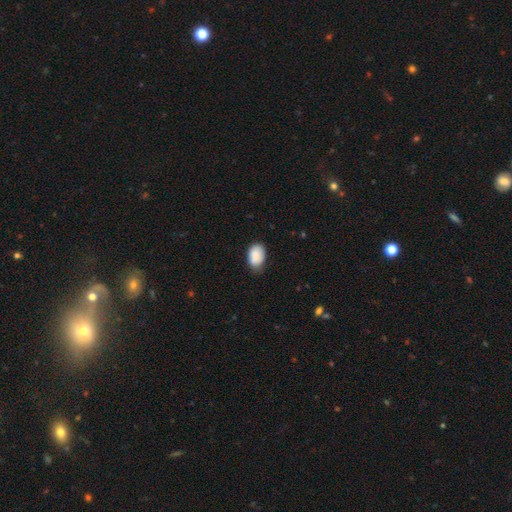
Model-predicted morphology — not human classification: smooth 89%, star or artifact 7%, featured or disk 5%. Down the decision tree: how rounded — in between (87%); merging — none (68%).